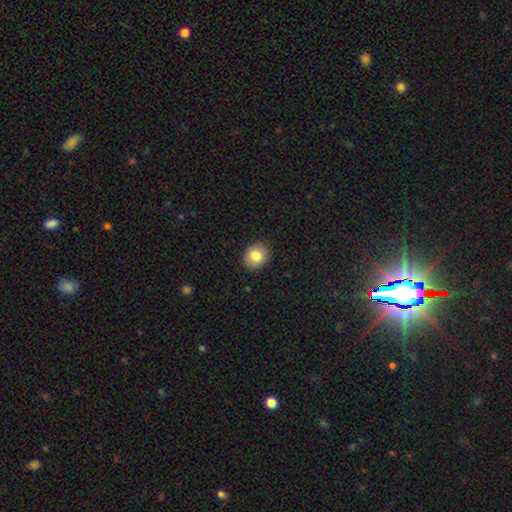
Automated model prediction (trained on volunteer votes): Smooth or featured?
  - smooth: 82% *
  - star or artifact: 9%
  - featured or disk: 9%
How rounded?
  - round: 68% *
  - in between: 31%
  - cigar-shaped: 1%
Merging?
  - none: 90% *
  - minor disturbance: 7%
  - major disturbance: 2%
  - merger: 1%